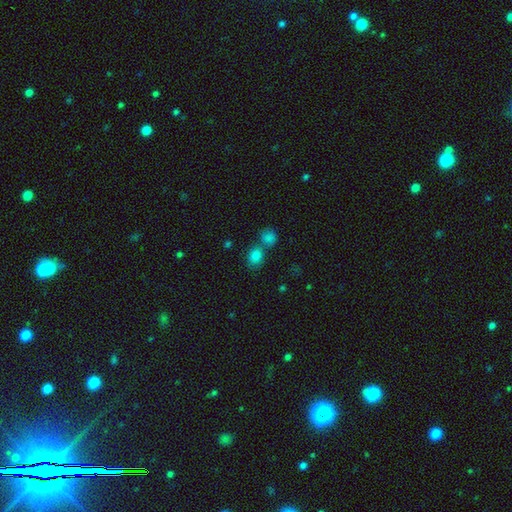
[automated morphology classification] Smooth or featured?
  - smooth: 81% *
  - star or artifact: 12%
  - featured or disk: 7%
How rounded?
  - round: 53% *
  - in between: 46%
  - cigar-shaped: 1%
Merging?
  - none: 53% *
  - merger: 33%
  - minor disturbance: 10%
  - major disturbance: 4%